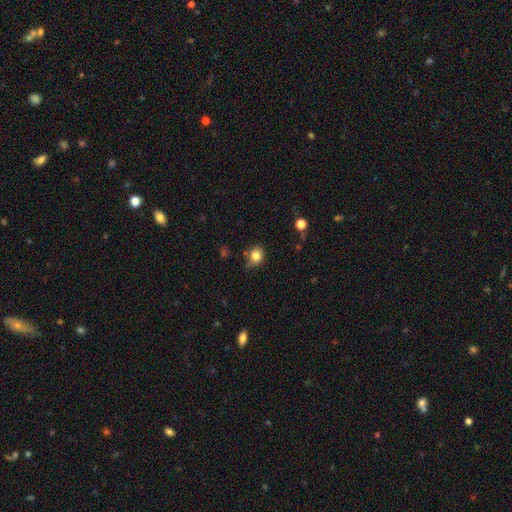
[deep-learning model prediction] A smooth galaxy with no disk features (81%) that is round (71%). Merging: none (65%).